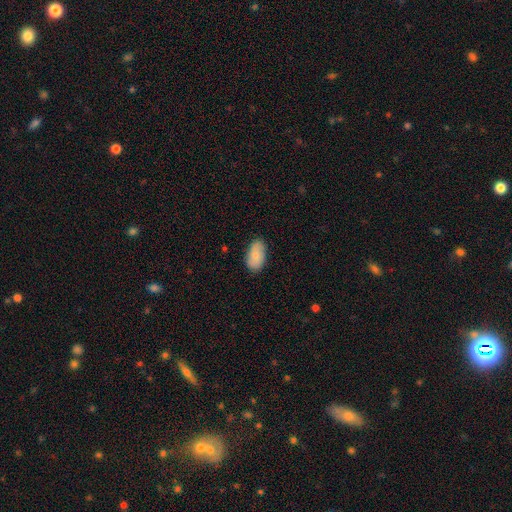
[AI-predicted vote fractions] smooth 83%, featured or disk 11%, star or artifact 6%. Down the decision tree: how rounded — in between (94%); merging — none (83%).